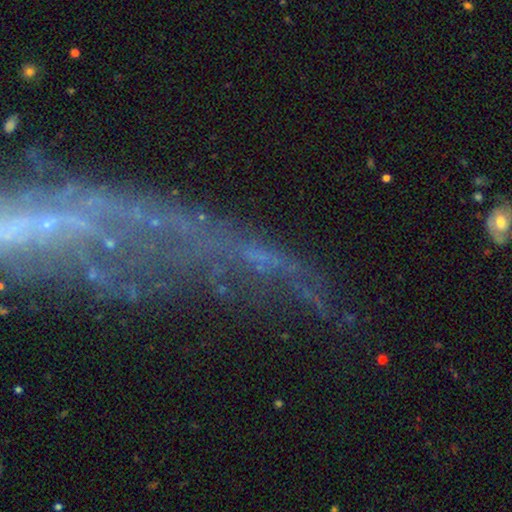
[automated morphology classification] featured or disk 45%, star or artifact 37%, smooth 18%. Down the decision tree: merging — none (43%).